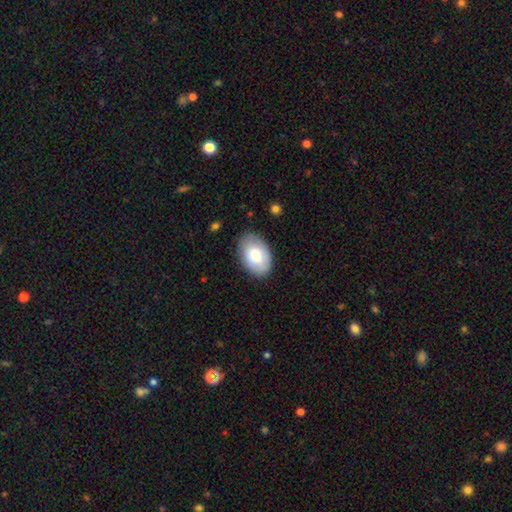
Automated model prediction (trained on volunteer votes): smooth_or_featured: smooth (p=0.82) [alt: featured or disk p=0.12]
how_rounded: in between (p=0.91) [alt: round p=0.08]
merging: none (p=0.82) [alt: minor disturbance p=0.14]